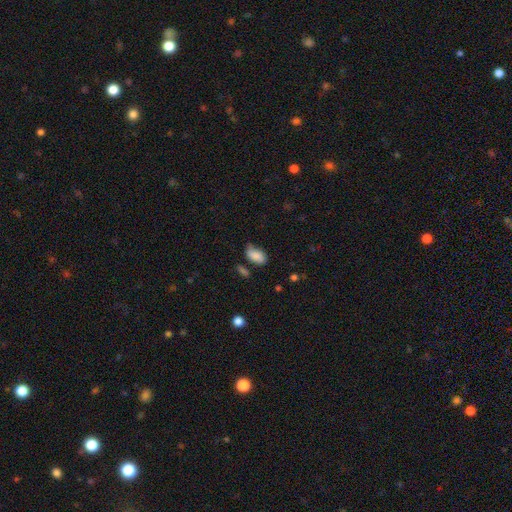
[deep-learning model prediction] A smooth galaxy with no disk features (84%) that is in between round and cigar-shaped (93%). Merging: none (51%).